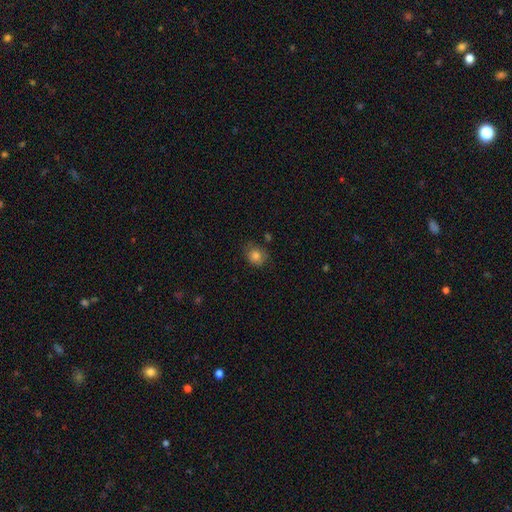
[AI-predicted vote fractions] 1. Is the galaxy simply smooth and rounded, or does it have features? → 81% smooth, 11% star or artifact, 9% featured or disk.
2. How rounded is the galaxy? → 69% round, 31% in between, 1% cigar-shaped.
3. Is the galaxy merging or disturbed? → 73% none, 21% minor disturbance, 4% major disturbance, 2% merger.